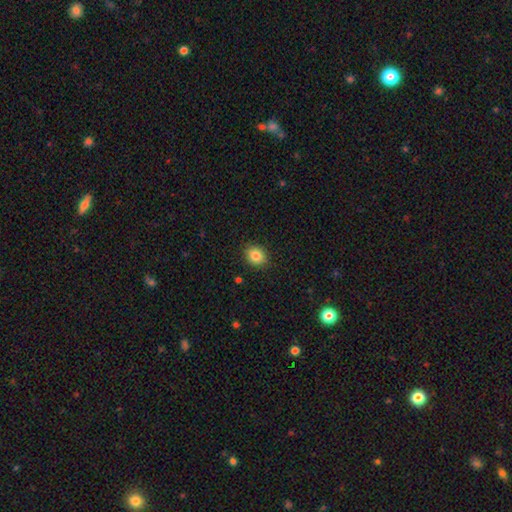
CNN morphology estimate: The model was most divided on "how rounded": round: 63%, in between: 36%, cigar-shaped: 1%. More confident: merging — none (89%); smooth or featured — smooth (85%).